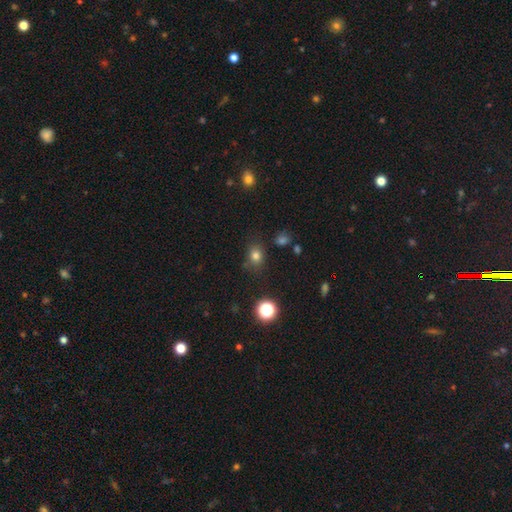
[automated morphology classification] A smooth galaxy with no disk features (76%) that is round (56%). Merging: none (76%).